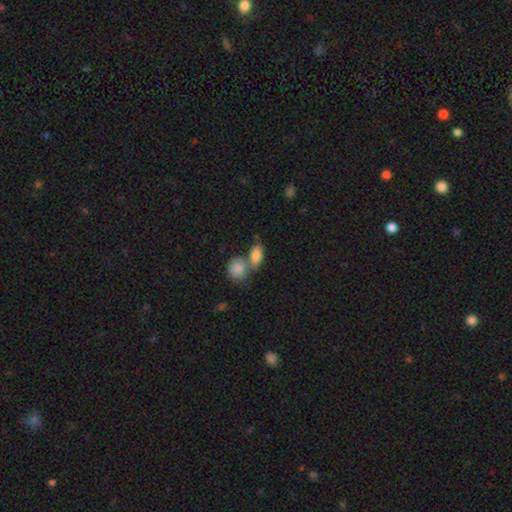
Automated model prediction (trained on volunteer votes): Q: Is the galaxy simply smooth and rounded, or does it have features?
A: smooth — 85%.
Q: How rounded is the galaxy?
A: in between — 85%.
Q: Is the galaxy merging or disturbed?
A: merger — 52%.